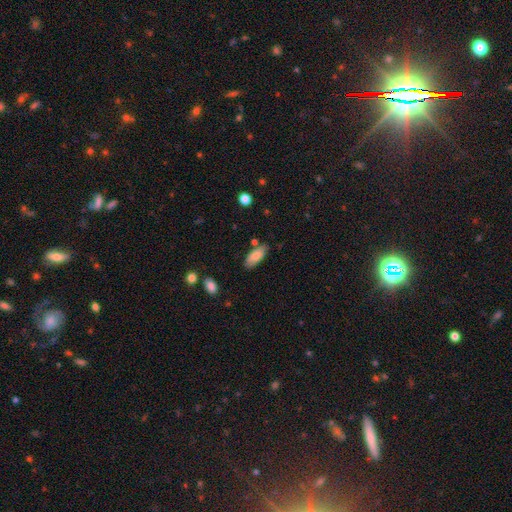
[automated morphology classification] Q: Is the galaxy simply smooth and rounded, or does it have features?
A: smooth — 83%.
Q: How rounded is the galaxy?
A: in between — 82%.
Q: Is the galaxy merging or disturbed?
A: none — 74%.